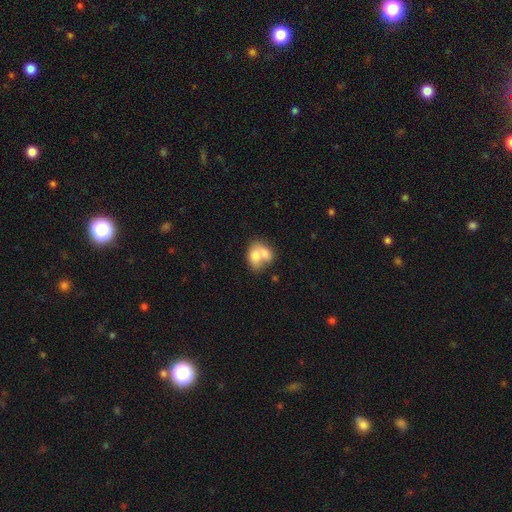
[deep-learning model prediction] A smooth galaxy with no disk features (69%) that is in between round and cigar-shaped (66%). Merging: merger (73%).